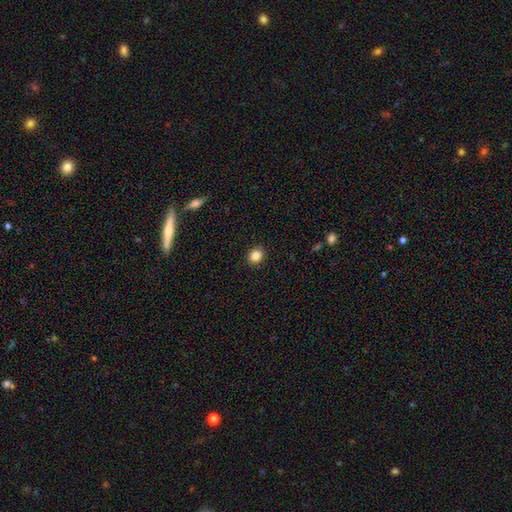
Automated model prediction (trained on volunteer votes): This appears to be a smooth galaxy with no disk features (84%) that is round (72%). Merging: none (90%).